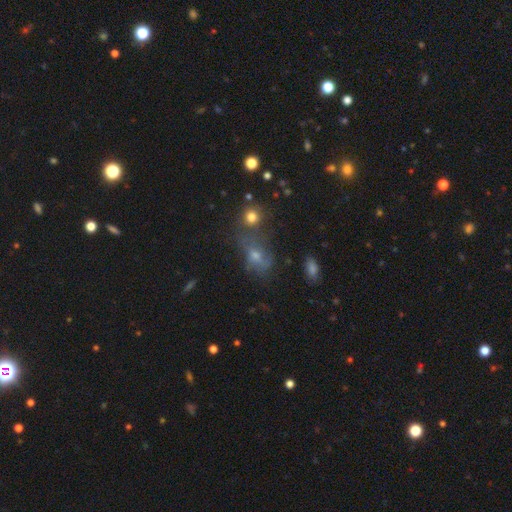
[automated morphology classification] This is possibly a smooth galaxy (46%). Merging: marginally none (44%).